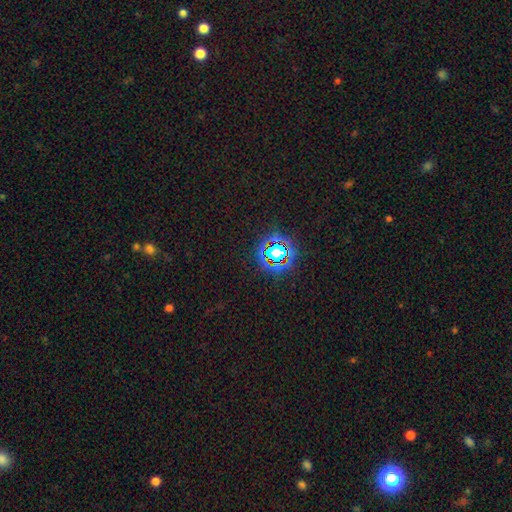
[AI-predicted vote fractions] Smooth or featured? Predicted: star or artifact (p=0.78).